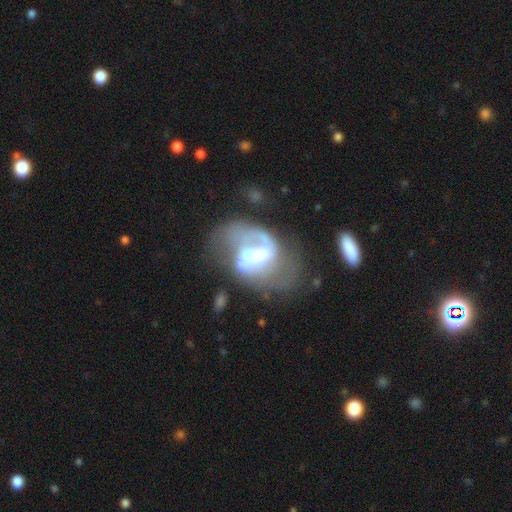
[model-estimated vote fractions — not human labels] Smooth or featured? Predicted: featured or disk (p=0.80). Edge-on disk? Predicted: no (p=0.97). Bar? Predicted: weak (p=0.45). Spiral arms? Predicted: yes (p=0.82). Spiral winding? Predicted: medium (p=0.46). Spiral arm count? Predicted: 2 (p=0.71). Bulge size? Predicted: moderate (p=0.52). Merging? Predicted: none (p=0.39).